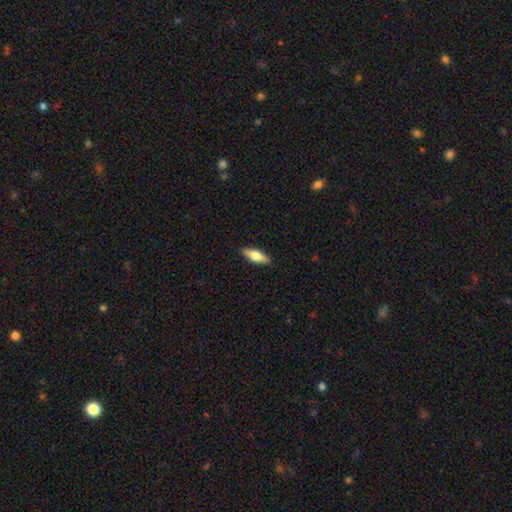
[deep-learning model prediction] Morphology: type=smooth (67%); roundness=in between (61%); merging=none (89%).